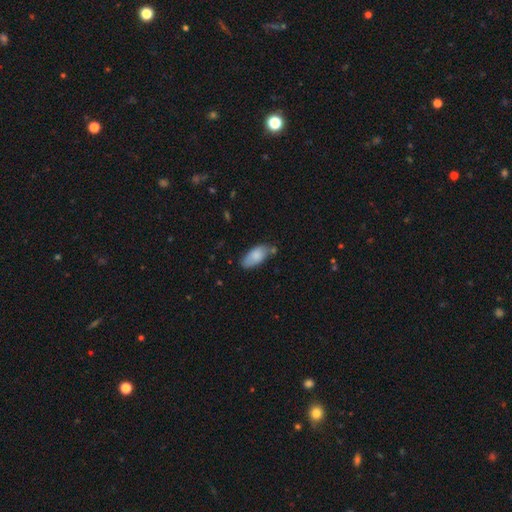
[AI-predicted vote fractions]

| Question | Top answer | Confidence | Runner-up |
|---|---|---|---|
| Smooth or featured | smooth | 83% | featured or disk (10%) |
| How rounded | in between | 89% | cigar-shaped (9%) |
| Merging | none | 64% | minor disturbance (24%) |